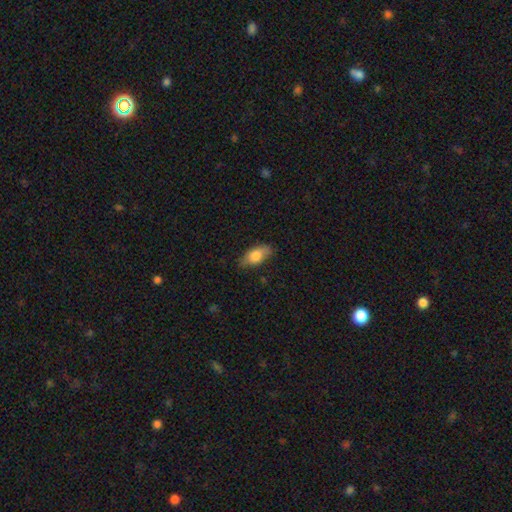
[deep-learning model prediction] smooth-or-featured: smooth: 78% | featured or disk: 16% | star or artifact: 7%
  how-rounded: in between: 86% | cigar-shaped: 10% | round: 4%
  merging: none: 75% | minor disturbance: 20% | major disturbance: 4% | merger: 1%